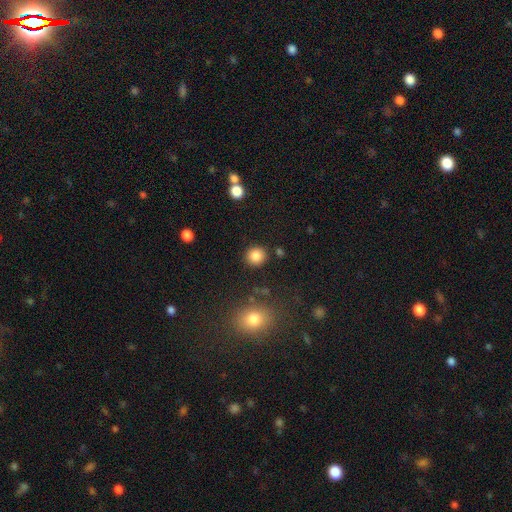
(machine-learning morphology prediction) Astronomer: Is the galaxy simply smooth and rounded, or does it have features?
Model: smooth — 86%.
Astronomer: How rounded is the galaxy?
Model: round — 88%.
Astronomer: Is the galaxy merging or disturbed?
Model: none — 88%.